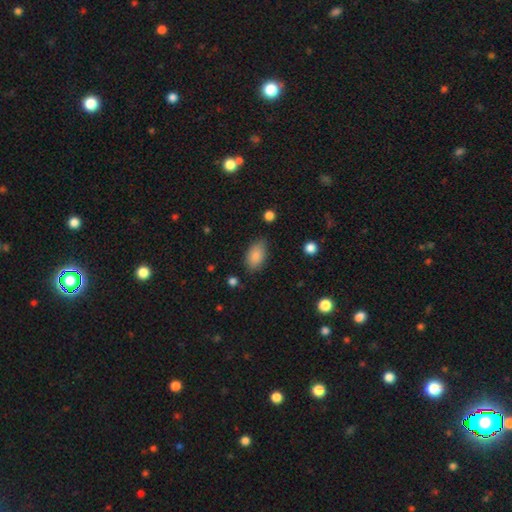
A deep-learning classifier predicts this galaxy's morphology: Smooth or featured? Predicted: smooth (p=0.87). How rounded? Predicted: in between (p=0.91). Merging? Predicted: none (p=0.75).